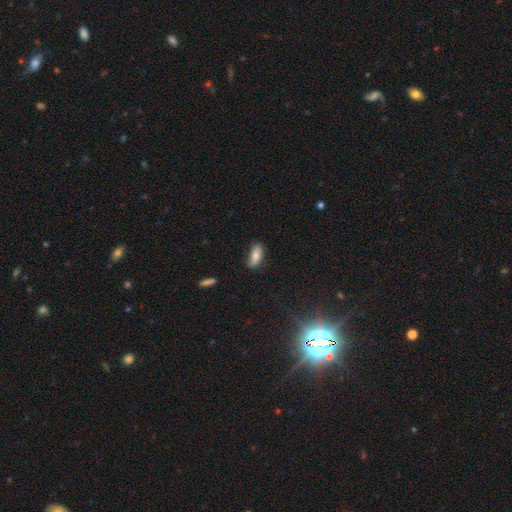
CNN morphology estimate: Overall: smooth (75%). How rounded: in between (81%). Merging: none (73%).